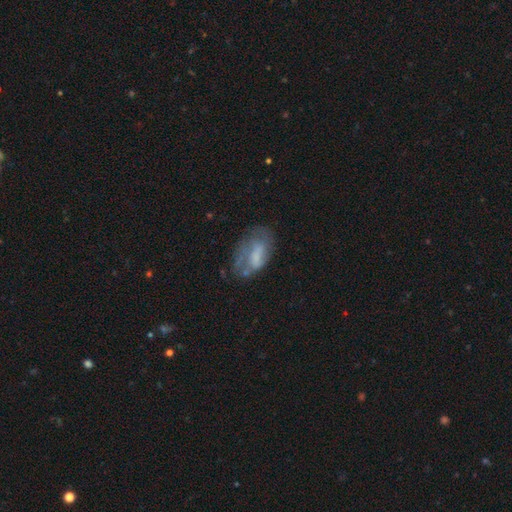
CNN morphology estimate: This is possibly a featured or disk galaxy (46%). Merging: marginally none (43%).